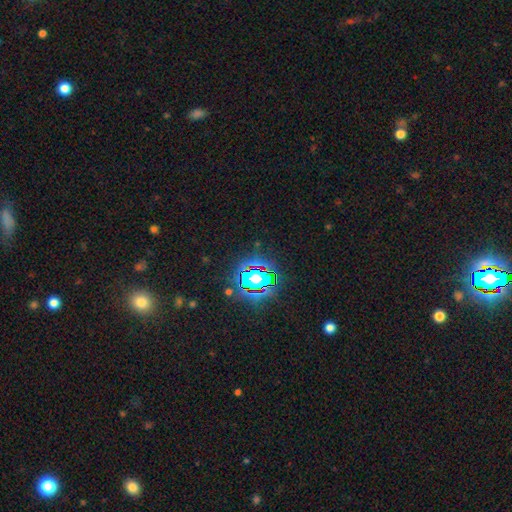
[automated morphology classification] This is clearly a star or artifact rather than a galaxy (81%).